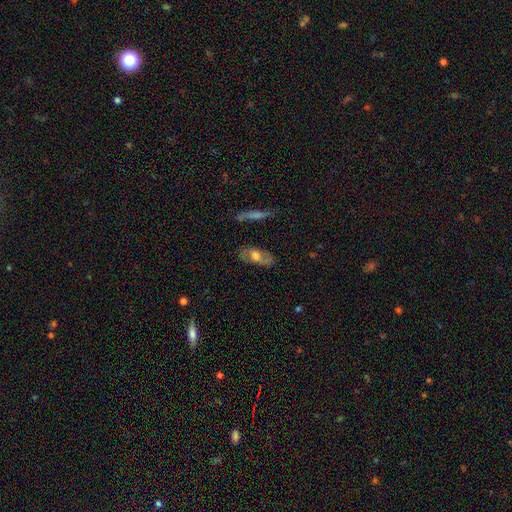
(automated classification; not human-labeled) Smooth or featured? featured or disk (54%)
Edge-on disk? no (75%)
Merging? none (76%)